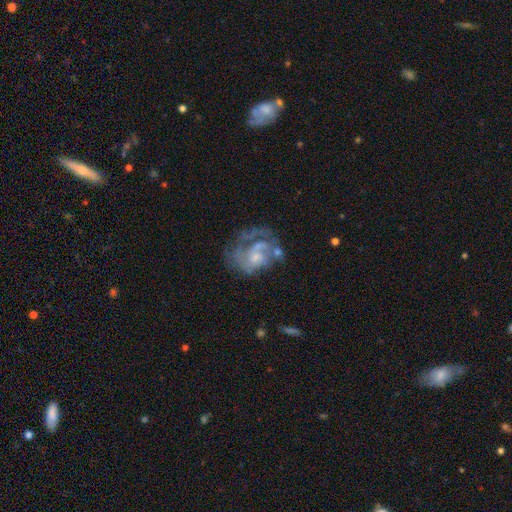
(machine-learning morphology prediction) The model was most divided on "spiral arm count": 2: 31%, can't tell: 26%, 1: 22%, 3: 14%, 4: 4%, more than 4: 3%. Remaining: edge-on disk — no (98%); spiral arms — yes (82%); smooth or featured — featured or disk (77%); bar — no (68%); bulge size — small (48%); spiral winding — medium (42%); merging — none (40%).